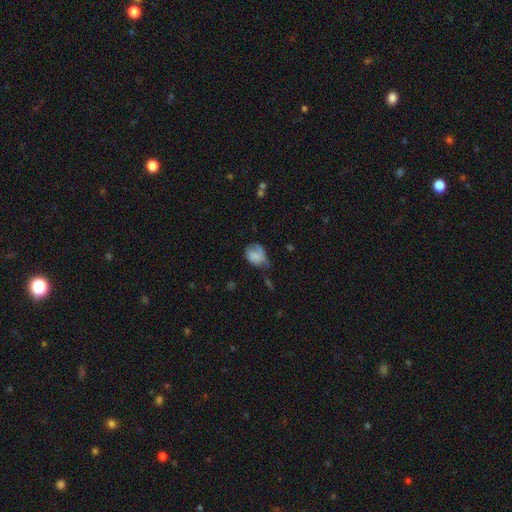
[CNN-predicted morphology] smooth_or_featured: smooth (p=0.70) [alt: featured or disk p=0.20]
how_rounded: in between (p=0.60) [alt: round p=0.39]
merging: minor disturbance (p=0.37) [alt: none p=0.31]